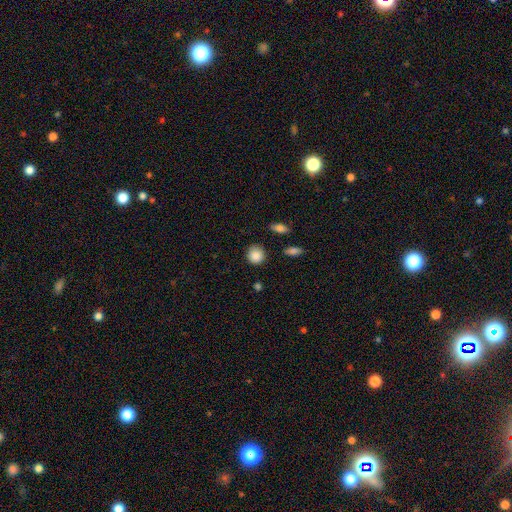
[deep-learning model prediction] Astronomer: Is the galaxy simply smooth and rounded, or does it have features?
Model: smooth — 87%.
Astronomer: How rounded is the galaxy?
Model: round — 89%.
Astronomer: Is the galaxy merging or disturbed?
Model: none — 84%.